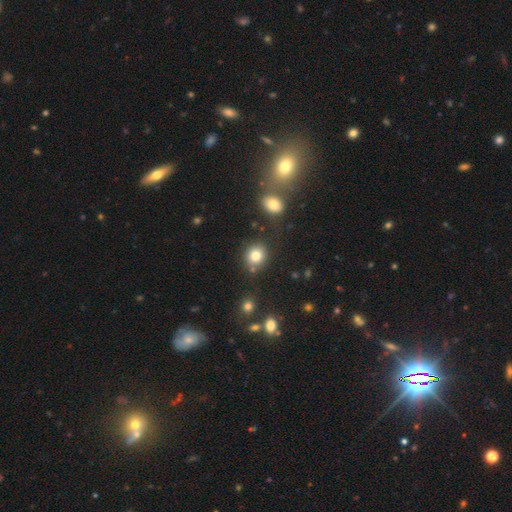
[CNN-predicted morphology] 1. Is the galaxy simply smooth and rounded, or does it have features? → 81% smooth, 11% star or artifact, 8% featured or disk.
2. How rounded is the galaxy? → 80% round, 19% in between, 1% cigar-shaped.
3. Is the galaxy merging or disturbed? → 78% none, 11% minor disturbance, 8% merger, 3% major disturbance.